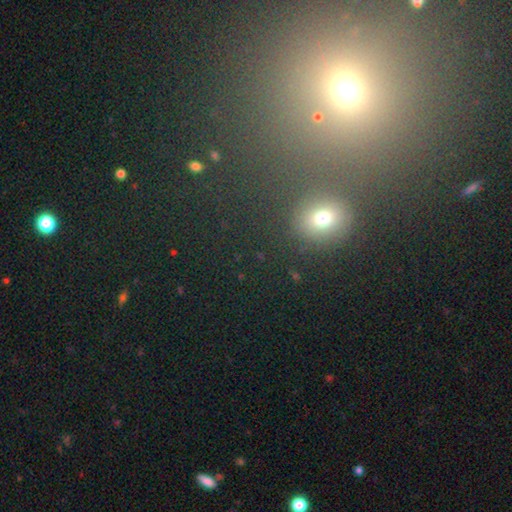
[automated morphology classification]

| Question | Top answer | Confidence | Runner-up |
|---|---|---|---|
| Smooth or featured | smooth | 51% | star or artifact (38%) |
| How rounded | round | 58% | in between (39%) |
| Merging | none | 80% | minor disturbance (9%) |